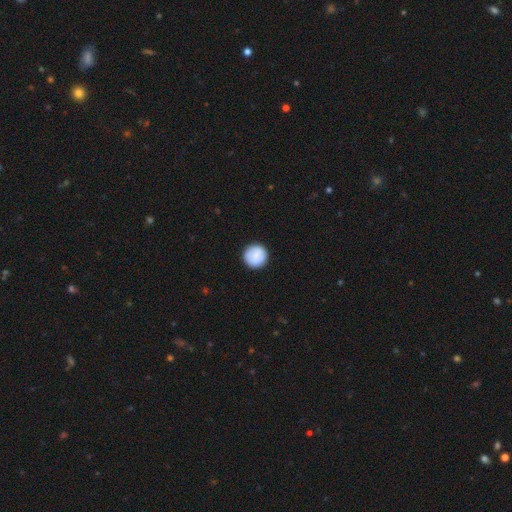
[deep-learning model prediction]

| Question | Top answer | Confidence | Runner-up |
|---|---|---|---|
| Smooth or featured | smooth | 84% | featured or disk (10%) |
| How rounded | round | 96% | in between (3%) |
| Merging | none | 91% | minor disturbance (6%) |